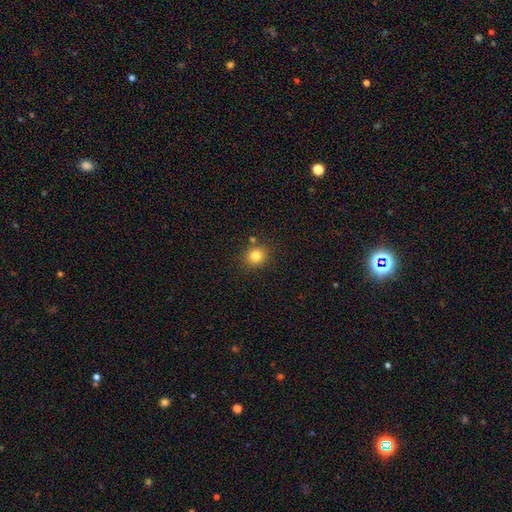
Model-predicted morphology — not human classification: The model was most divided on "smooth or featured": smooth: 82%, star or artifact: 12%, featured or disk: 6%. More confident: how rounded — round (86%); merging — none (83%).